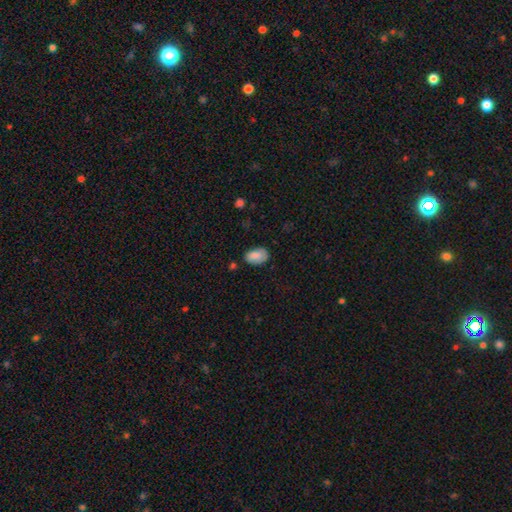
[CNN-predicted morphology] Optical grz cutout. It shows a smooth galaxy with no disk features (84%) that is in between round and cigar-shaped (90%). Merging: none (71%).